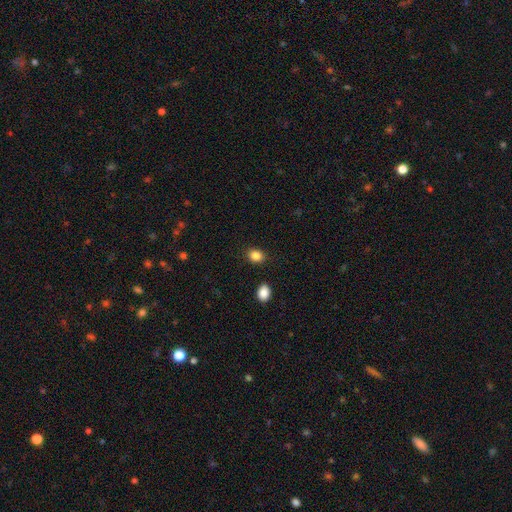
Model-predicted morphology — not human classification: Smooth or featured? smooth (86%)
How rounded? in between (52%)
Merging? none (86%)